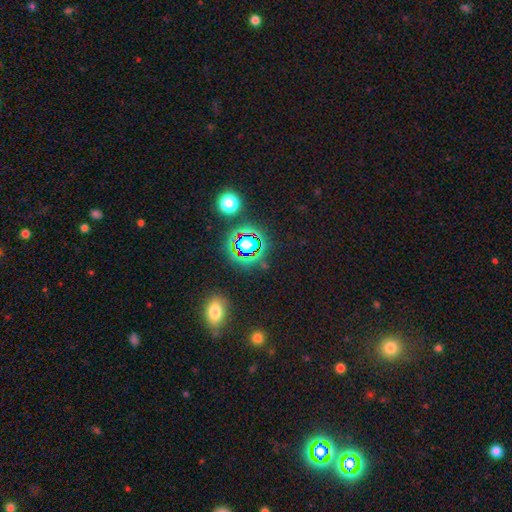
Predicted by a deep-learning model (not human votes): A star or artifact, not a galaxy (68%).

Vote fractions:
- Smooth or featured? star or artifact: 68% / smooth: 22% / featured or disk: 10%